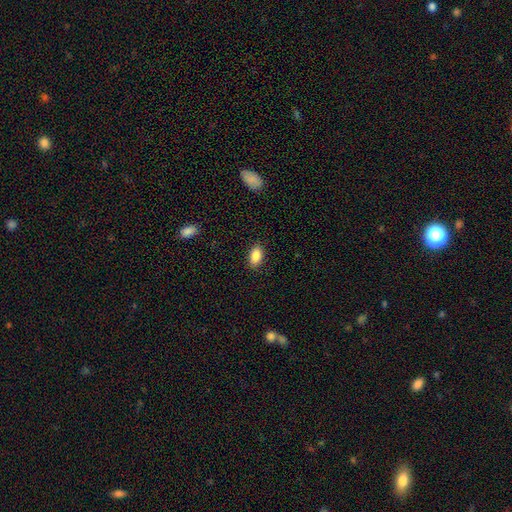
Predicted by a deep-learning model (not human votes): smooth_or_featured: smooth (p=0.88) [alt: star or artifact p=0.08]
how_rounded: in between (p=0.91) [alt: round p=0.06]
merging: none (p=0.88) [alt: minor disturbance p=0.09]